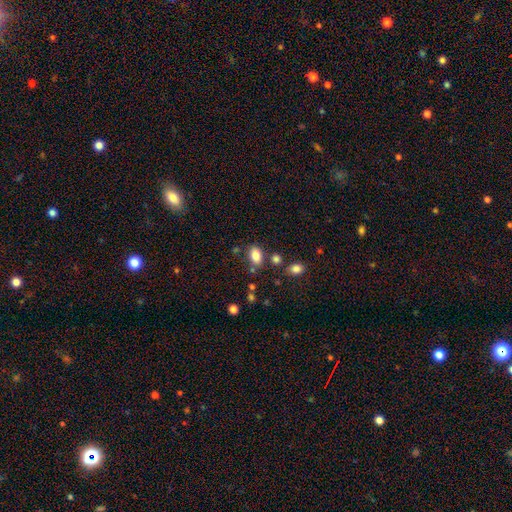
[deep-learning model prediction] Smooth or featured? smooth (84%)
How rounded? in between (85%)
Merging? none (74%)